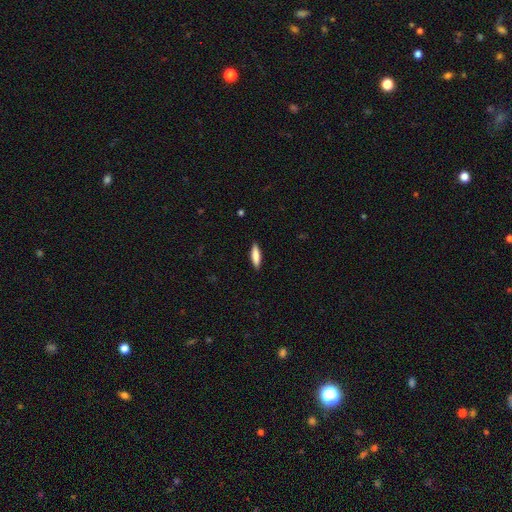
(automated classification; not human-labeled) Smooth or featured? smooth (81%)
How rounded? cigar-shaped (69%)
Merging? none (89%)